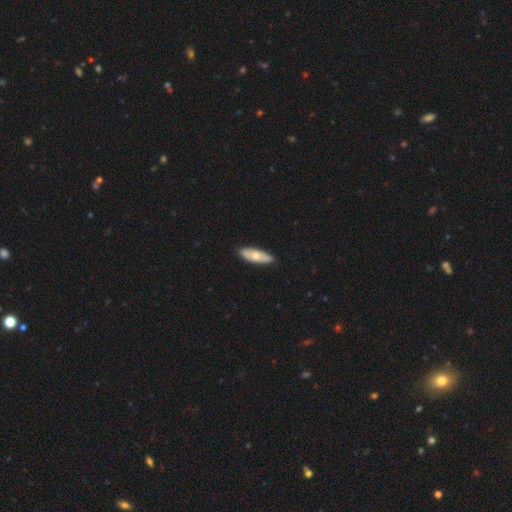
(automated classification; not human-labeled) smooth_or_featured: smooth (p=0.59) [alt: featured or disk p=0.37]
how_rounded: in between (p=0.63) [alt: cigar-shaped p=0.35]
merging: none (p=0.89) [alt: minor disturbance p=0.09]